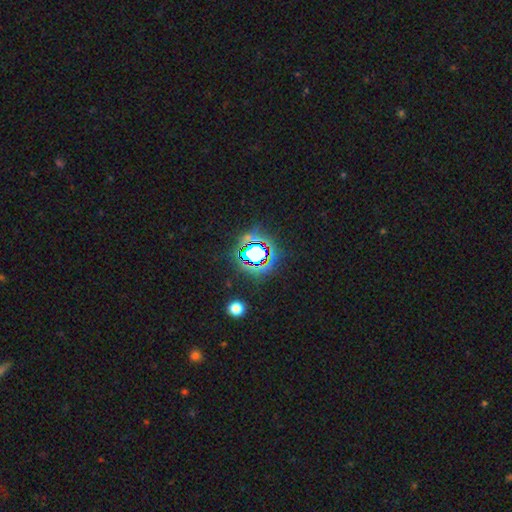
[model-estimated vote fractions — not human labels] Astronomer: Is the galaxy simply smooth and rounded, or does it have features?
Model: star or artifact — 70%.